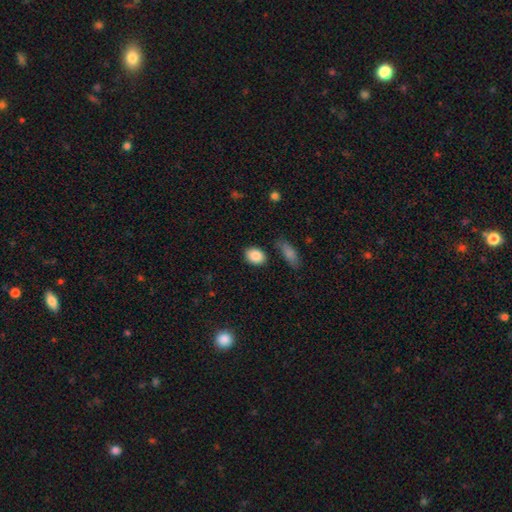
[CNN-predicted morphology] A smooth galaxy with no disk features (88%) that is in between round and cigar-shaped (71%). Merging: none (83%).